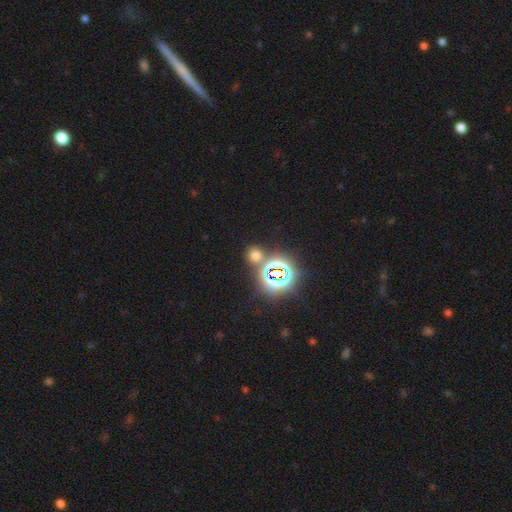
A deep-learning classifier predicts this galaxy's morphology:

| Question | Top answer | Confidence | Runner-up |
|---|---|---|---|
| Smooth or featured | smooth | 49% | star or artifact (43%) |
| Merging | none | 75% | merger (13%) |